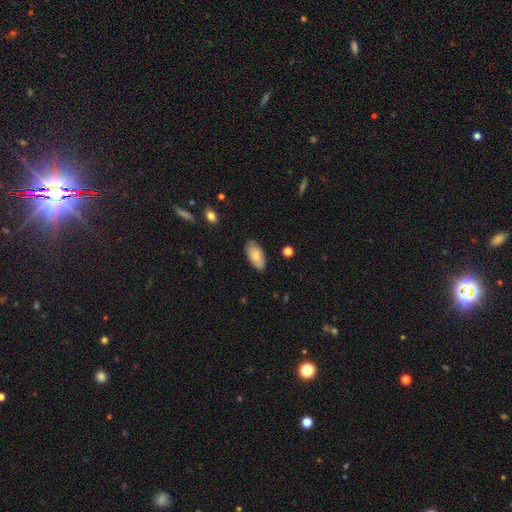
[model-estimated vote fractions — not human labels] smooth-or-featured: smooth: 80% | featured or disk: 13% | star or artifact: 6%
  how-rounded: in between: 93% | cigar-shaped: 4% | round: 2%
  merging: none: 81% | minor disturbance: 16% | major disturbance: 3% | merger: 1%